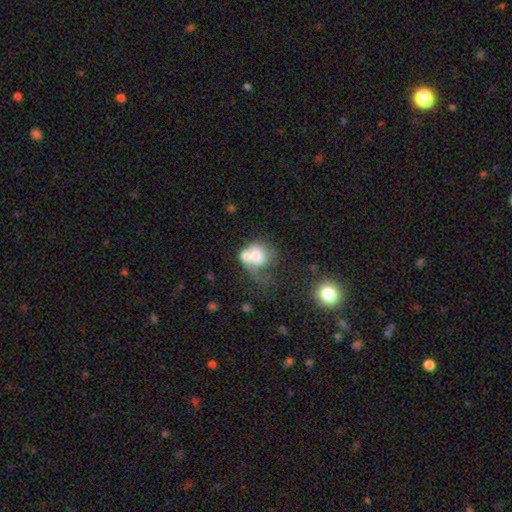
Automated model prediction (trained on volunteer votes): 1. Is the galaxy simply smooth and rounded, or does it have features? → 57% smooth, 35% featured or disk, 8% star or artifact.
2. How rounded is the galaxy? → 61% round, 37% in between, 1% cigar-shaped.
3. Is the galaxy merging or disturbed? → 53% merger, 20% major disturbance, 16% none, 10% minor disturbance.